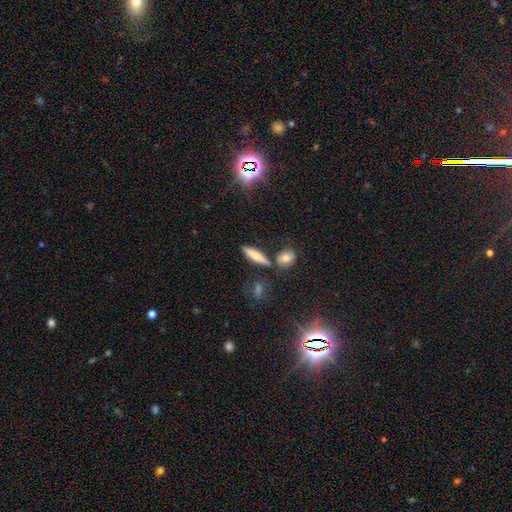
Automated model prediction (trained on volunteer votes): smooth-or-featured: smooth: 65% | featured or disk: 25% | star or artifact: 10%
  how-rounded: cigar-shaped: 75% | in between: 21% | round: 4%
  merging: none: 75% | minor disturbance: 12% | merger: 9% | major disturbance: 4%